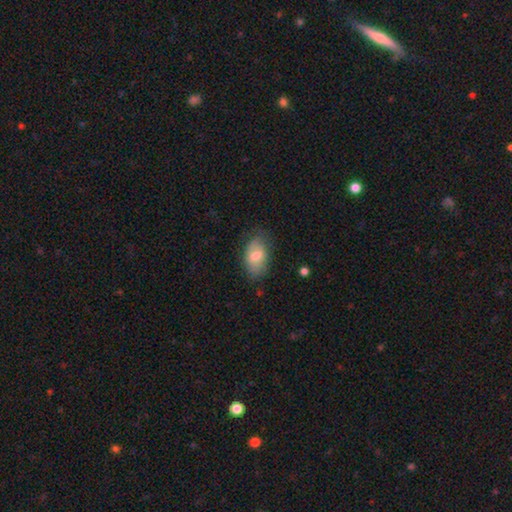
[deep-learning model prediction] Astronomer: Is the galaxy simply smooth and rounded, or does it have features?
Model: smooth — 65%.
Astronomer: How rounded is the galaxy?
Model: in between — 91%.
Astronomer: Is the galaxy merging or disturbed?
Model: none — 70%.